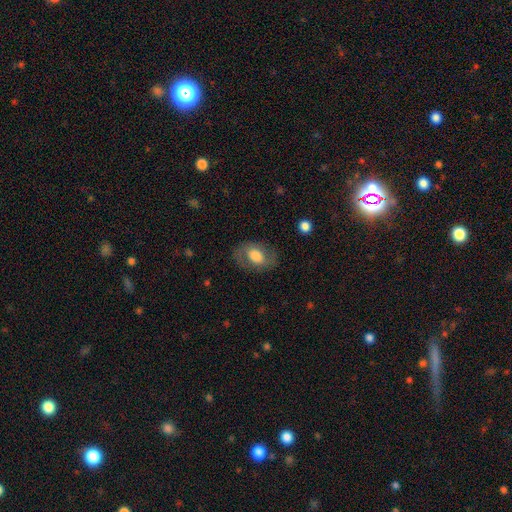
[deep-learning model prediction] Smooth or featured? Predicted: smooth (p=0.56). How rounded? Predicted: in between (p=0.78). Merging? Predicted: none (p=0.74).